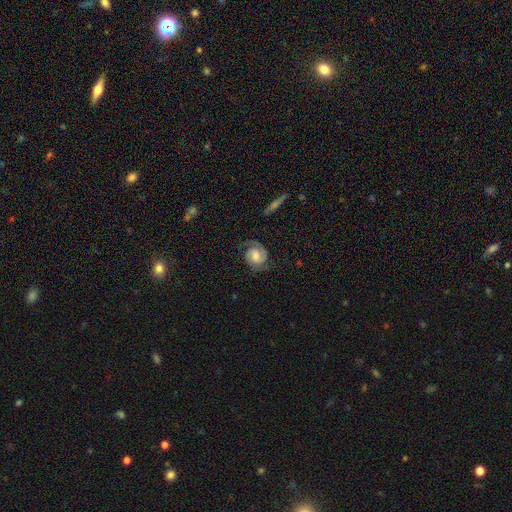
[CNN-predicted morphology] smooth-or-featured: featured or disk: 84% | smooth: 10% | star or artifact: 6%
  disk-edge-on: no: 98% | yes: 2%
    bar: weak: 46% | no: 43% | strong: 12%
    has-spiral-arms: yes: 97% | no: 3%
      spiral-winding: tight: 50% | medium: 41% | loose: 9%
      spiral-arm-count: 2: 86% | 1: 5% | can't tell: 4% | 3: 2% | 4: 1% | more than 4: 1%
    bulge-size: moderate: 53% | small: 26% | large: 11% | none: 9% | dominant: 2%
  merging: none: 76% | minor disturbance: 16% | major disturbance: 7% | merger: 1%